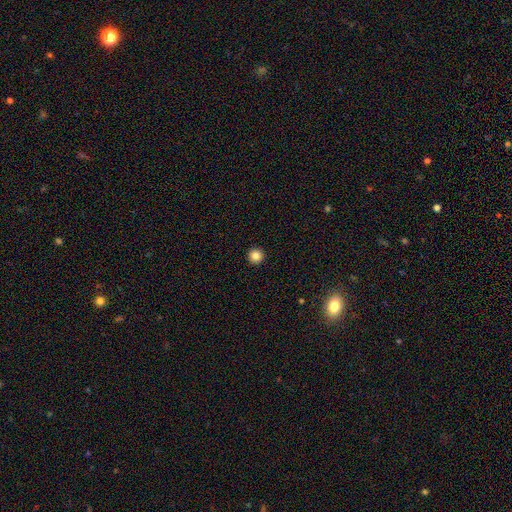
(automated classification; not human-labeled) The model was most divided on "smooth or featured": smooth: 85%, star or artifact: 11%, featured or disk: 4%. More confident: how rounded — round (96%); merging — none (94%).